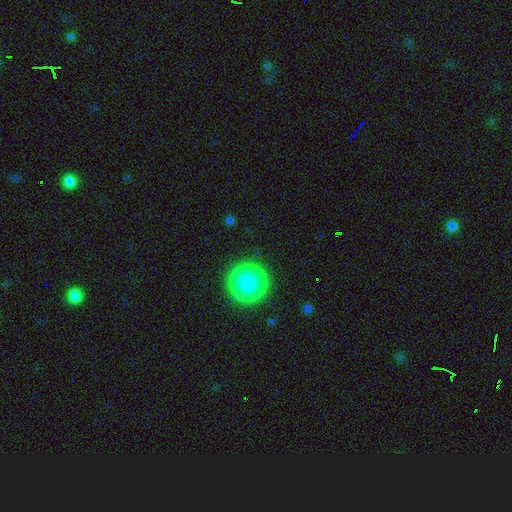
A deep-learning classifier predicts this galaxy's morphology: Overall: star or artifact (62%; smooth 33%).